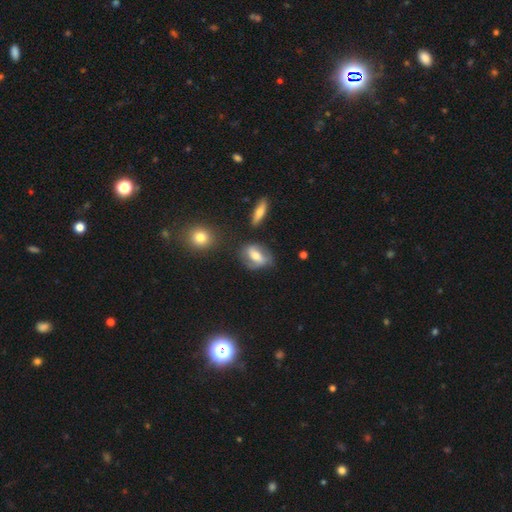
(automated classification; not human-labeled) A featured or disk galaxy (49%).

Vote fractions:
- Smooth or featured? featured or disk: 49% / smooth: 42% / star or artifact: 9%
- Merging? none: 65% / minor disturbance: 21% / major disturbance: 9% / merger: 6%